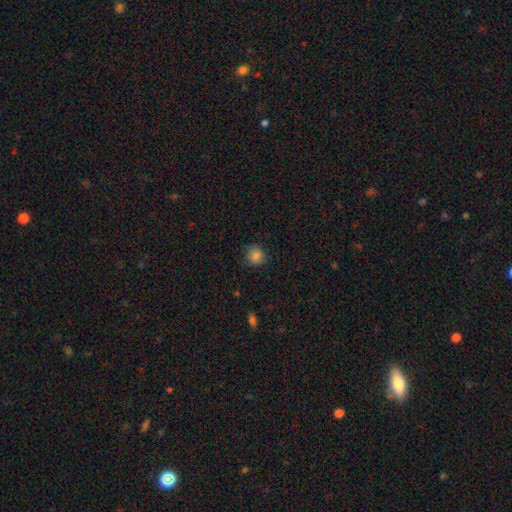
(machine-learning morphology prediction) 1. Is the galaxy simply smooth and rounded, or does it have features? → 83% smooth, 11% star or artifact, 6% featured or disk.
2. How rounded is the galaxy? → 86% round, 13% in between, 1% cigar-shaped.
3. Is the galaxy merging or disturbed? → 82% none, 14% minor disturbance, 3% major disturbance, 1% merger.